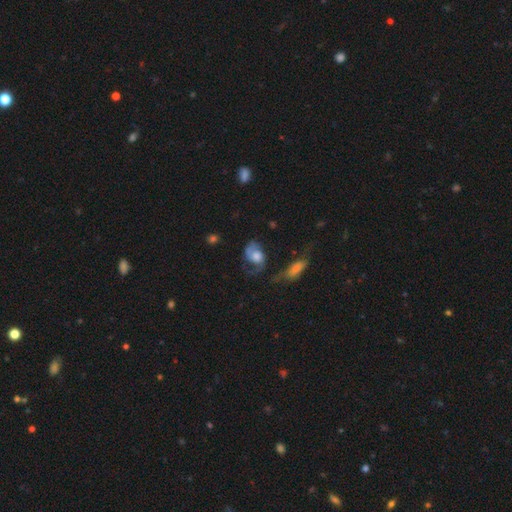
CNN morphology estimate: Smooth or featured? Predicted: featured or disk (p=0.60). Edge-on disk? Predicted: no (p=0.96). Bar? Predicted: no (p=0.77). Spiral arms? Predicted: yes (p=0.79). Bulge size? Predicted: large (p=0.42). Merging? Predicted: major disturbance (p=0.39).